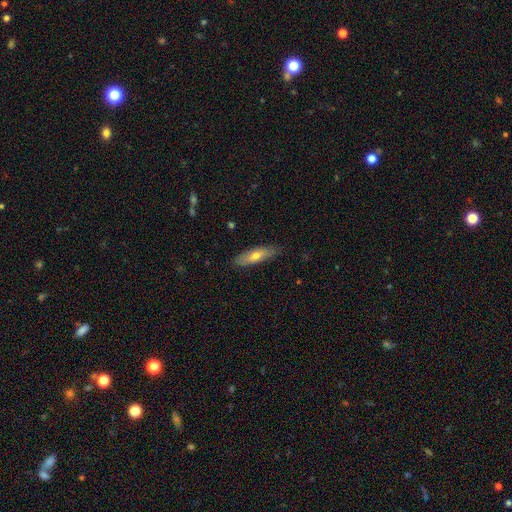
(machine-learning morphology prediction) smooth 65%, featured or disk 29%, star or artifact 6%. Down the decision tree: how rounded — cigar-shaped (57%); merging — none (83%).